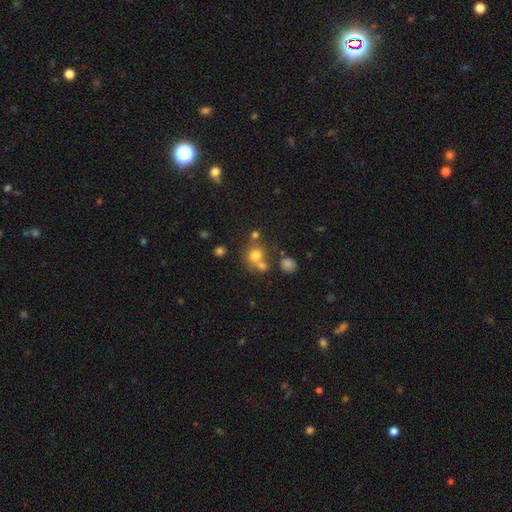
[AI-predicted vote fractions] A smooth galaxy with no disk features (72%) that is round (80%). Merging: none (52%).